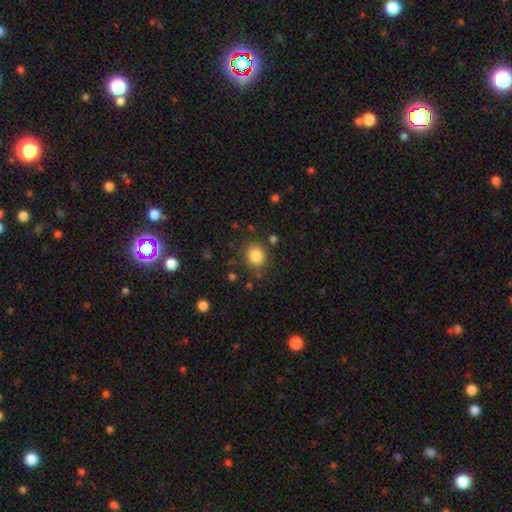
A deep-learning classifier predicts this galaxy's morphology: type=smooth (84%); roundness=round (70%); merging=none (81%).